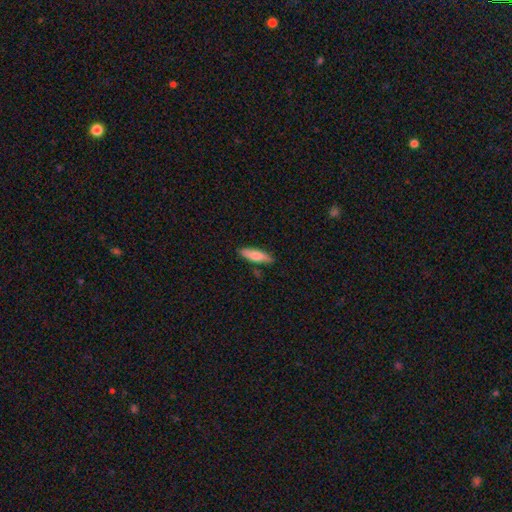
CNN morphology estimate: Smooth or featured?
  - smooth: 79% *
  - featured or disk: 15%
  - star or artifact: 6%
How rounded?
  - cigar-shaped: 60% *
  - in between: 38%
  - round: 2%
Merging?
  - none: 83% *
  - minor disturbance: 12%
  - merger: 3%
  - major disturbance: 2%